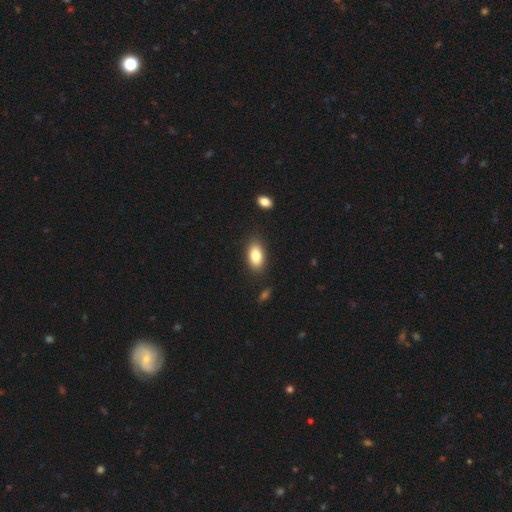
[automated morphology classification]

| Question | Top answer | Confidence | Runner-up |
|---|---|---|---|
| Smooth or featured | smooth | 83% | featured or disk (10%) |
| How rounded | in between | 91% | round (5%) |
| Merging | none | 86% | minor disturbance (10%) |